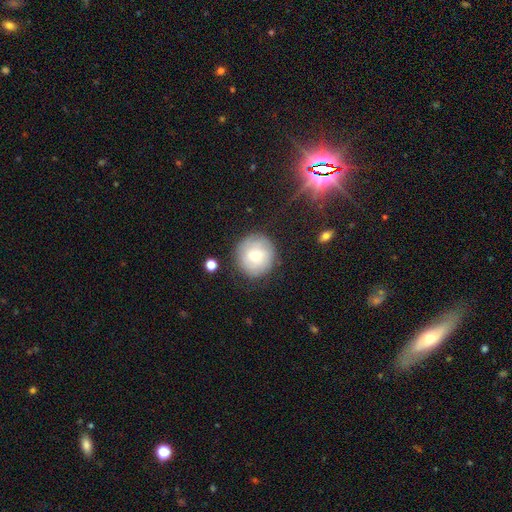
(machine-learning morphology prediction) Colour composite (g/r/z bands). It shows a smooth galaxy with no disk features (61%) that is round (93%). Merging: none (81%).